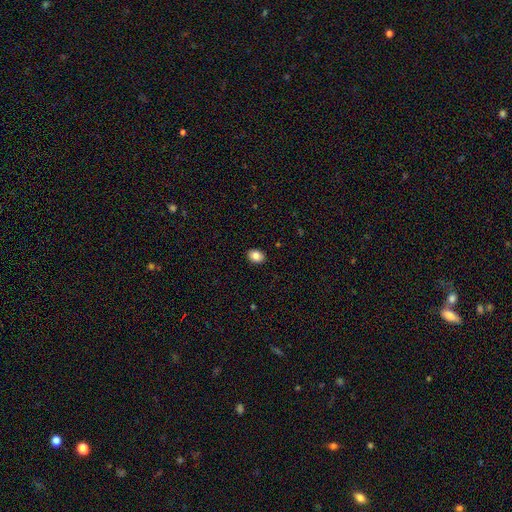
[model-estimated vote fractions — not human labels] This appears to be a smooth galaxy with no disk features (85%) that is in between round and cigar-shaped (62%). Merging: none (90%).